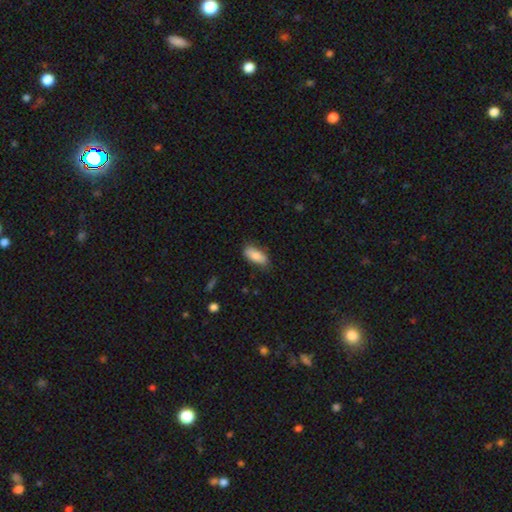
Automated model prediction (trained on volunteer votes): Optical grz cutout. It shows a smooth galaxy with no disk features (82%) that is in between round and cigar-shaped (83%). Merging: none (77%).